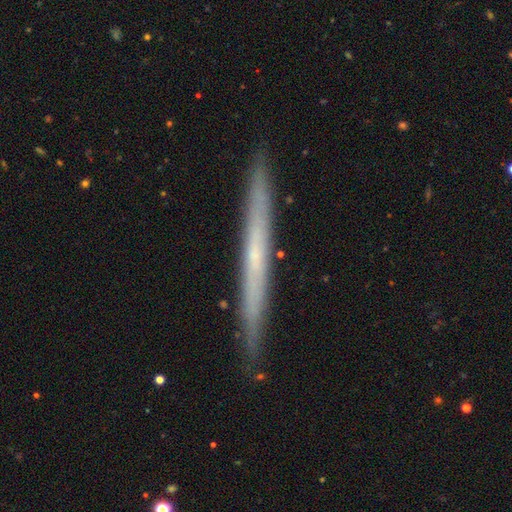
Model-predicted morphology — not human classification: smooth_or_featured: featured or disk (p=0.61) [alt: smooth p=0.33]
disk_edge_on: yes (p=0.96) [alt: no p=0.04]
edge_on_bulge: none (p=0.81) [alt: rounded p=0.16]
merging: none (p=0.90) [alt: minor disturbance p=0.08]